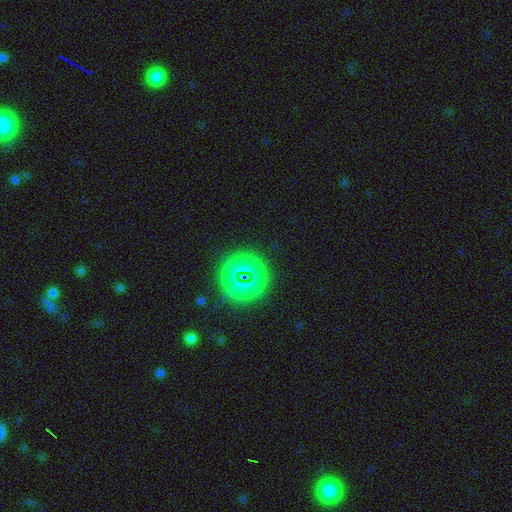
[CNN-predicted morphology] Smooth or featured?
  - star or artifact: 78% *
  - smooth: 14%
  - featured or disk: 8%